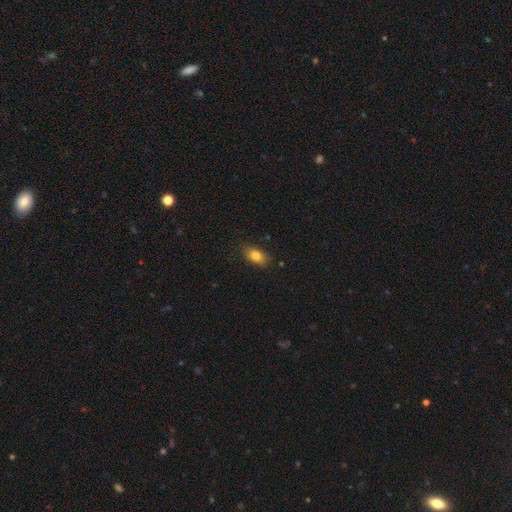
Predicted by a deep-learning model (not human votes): smooth 82%, featured or disk 9%, star or artifact 9%. Down the decision tree: how rounded — in between (84%); merging — none (80%).